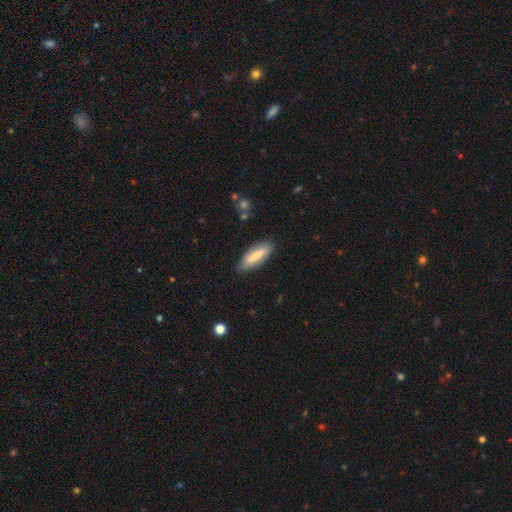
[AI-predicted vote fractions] Morphology: type=smooth (60%); roundness=in between (53%); merging=none (83%).